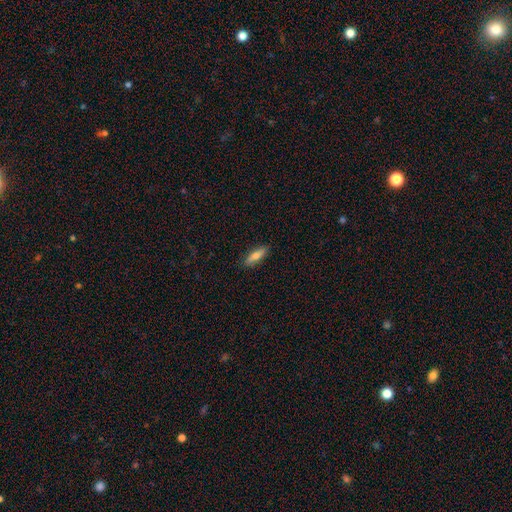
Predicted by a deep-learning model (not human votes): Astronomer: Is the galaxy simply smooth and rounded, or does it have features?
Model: smooth — 72%.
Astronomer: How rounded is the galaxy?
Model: cigar-shaped — 57% (runner-up: in between, 41%).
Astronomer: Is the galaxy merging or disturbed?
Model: none — 88%.